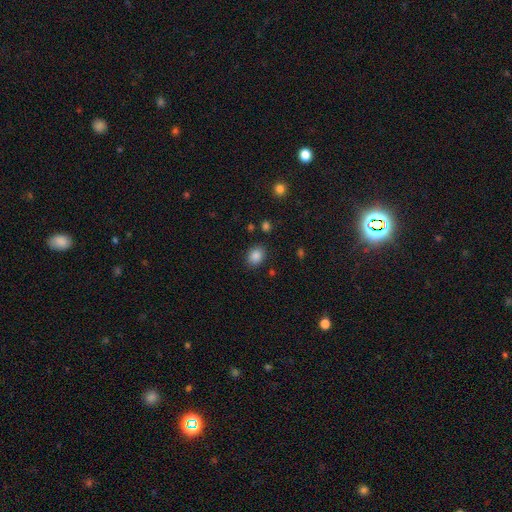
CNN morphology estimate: Smooth or featured? Predicted: smooth (p=0.87). How rounded? Predicted: in between (p=0.55). Merging? Predicted: none (p=0.85).